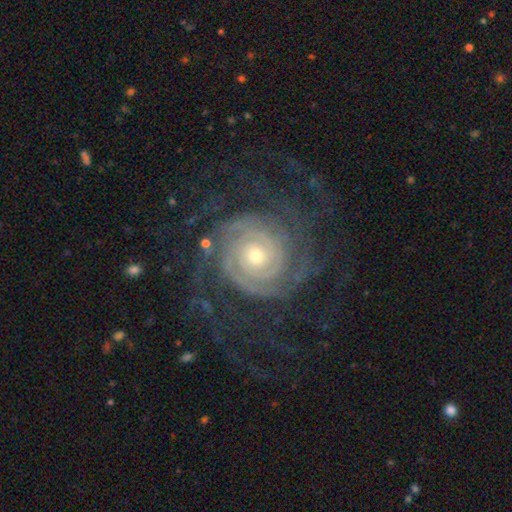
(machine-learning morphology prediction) A featured or disk galaxy (90%) with no bar (73%), 2 (31%) tight (79%) spiral arms (98%) and a small central bulge (50%). Merging: none (71%).